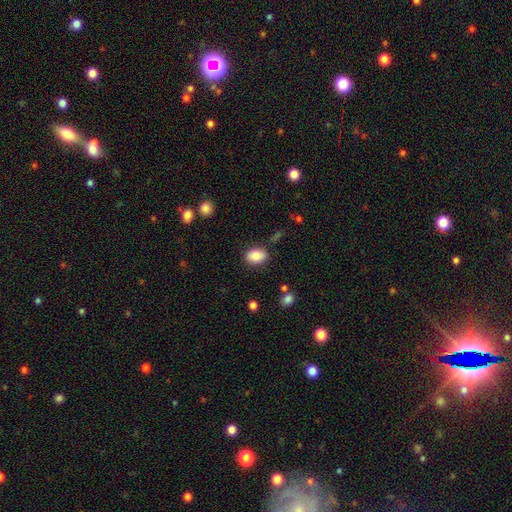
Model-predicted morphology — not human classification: Q: Smooth or featured?
A: smooth (85%); runner-up: star or artifact (8%)
Q: How rounded?
A: in between (77%); runner-up: round (22%)
Q: Merging?
A: none (83%); runner-up: minor disturbance (11%)